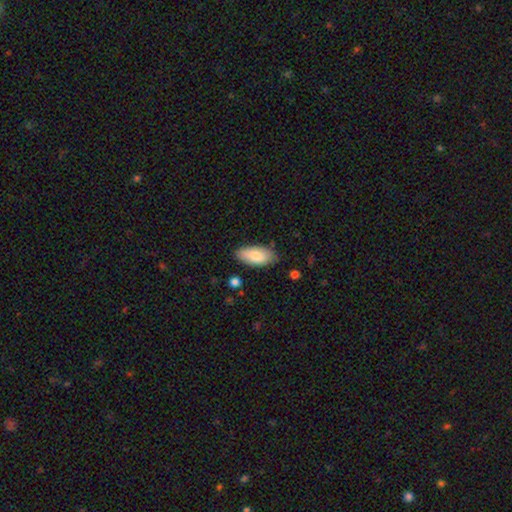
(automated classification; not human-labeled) Morphology: type=smooth (82%); roundness=in between (90%); merging=none (82%).